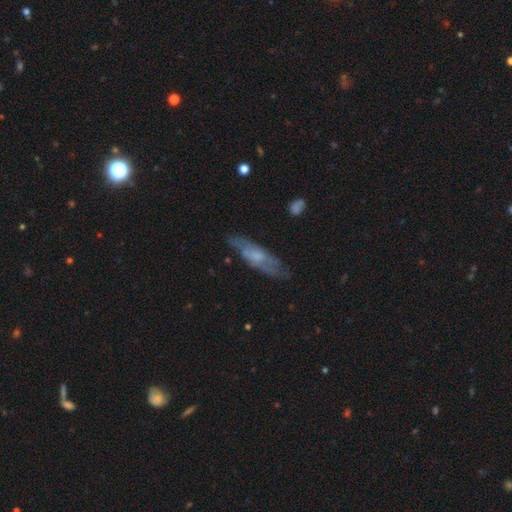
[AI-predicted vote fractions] smooth-or-featured: featured or disk: 54% | smooth: 39% | star or artifact: 7%
  disk-edge-on: no: 56% | yes: 44%
  merging: none: 71% | minor disturbance: 20% | major disturbance: 7% | merger: 2%